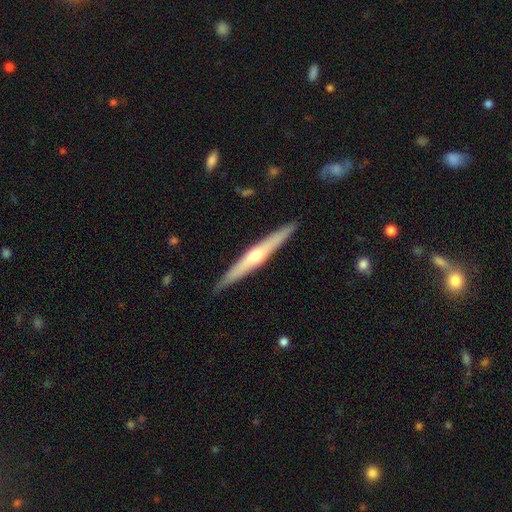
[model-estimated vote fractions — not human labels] smooth_or_featured: featured or disk (p=0.66) [alt: smooth p=0.29]
disk_edge_on: yes (p=0.96) [alt: no p=0.04]
edge_on_bulge: rounded (p=0.85) [alt: none p=0.11]
merging: none (p=0.90) [alt: minor disturbance p=0.07]